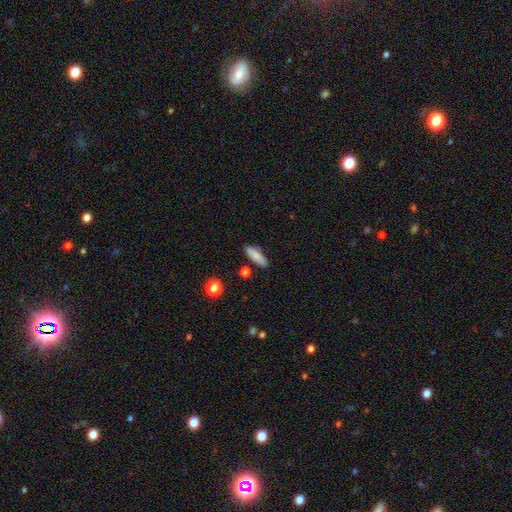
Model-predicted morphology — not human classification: The model was most divided on "how rounded": cigar-shaped: 56%, in between: 42%, round: 3%. More confident: merging — none (84%); smooth or featured — smooth (84%).